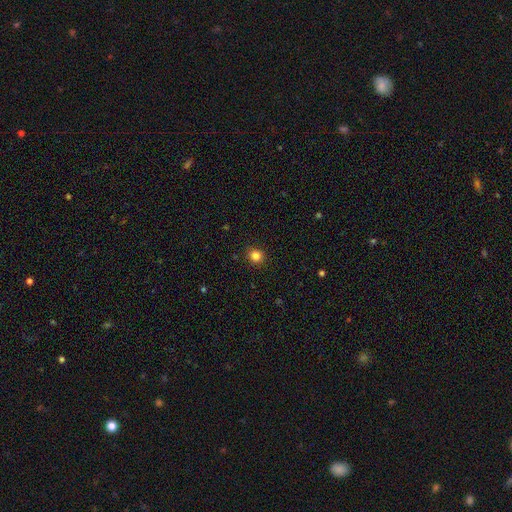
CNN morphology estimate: This is clearly a smooth galaxy (83%). How rounded: clearly round (87%). Merging: clearly none (91%).